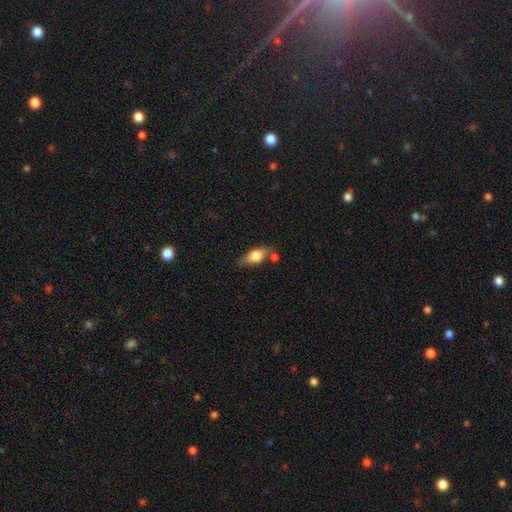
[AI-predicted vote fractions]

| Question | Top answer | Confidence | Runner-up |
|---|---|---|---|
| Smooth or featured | smooth | 61% | featured or disk (31%) |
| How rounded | in between | 74% | cigar-shaped (18%) |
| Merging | none | 59% | minor disturbance (20%) |